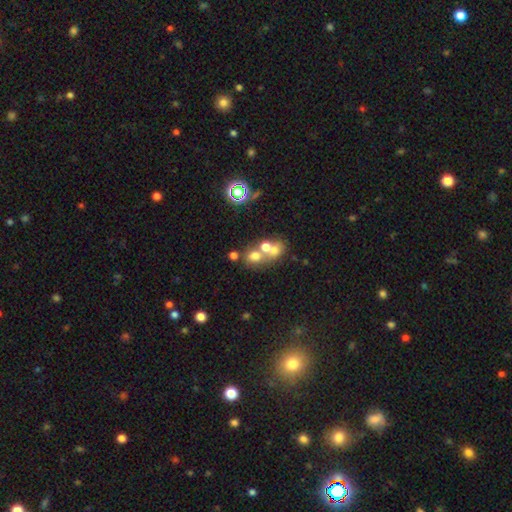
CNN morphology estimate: This is possibly a smooth galaxy (59%). How rounded: likely round (67%). Merging: possibly merger (57%).